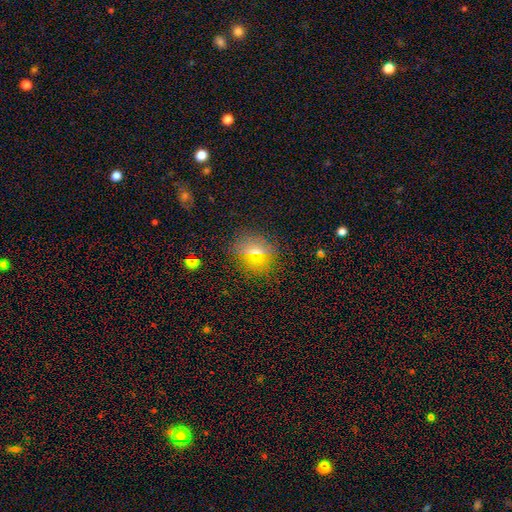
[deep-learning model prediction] Smooth or featured?
  - smooth: 57% *
  - star or artifact: 24%
  - featured or disk: 19%
How rounded?
  - round: 78% *
  - in between: 19%
  - cigar-shaped: 3%
Merging?
  - none: 85% *
  - minor disturbance: 9%
  - major disturbance: 3%
  - merger: 3%